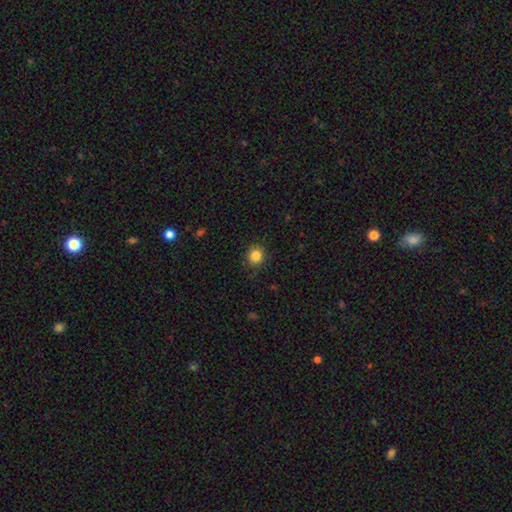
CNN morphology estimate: Smooth or featured?
  - smooth: 85% *
  - star or artifact: 11%
  - featured or disk: 4%
How rounded?
  - round: 89% *
  - in between: 10%
  - cigar-shaped: 1%
Merging?
  - none: 89% *
  - minor disturbance: 8%
  - major disturbance: 2%
  - merger: 1%